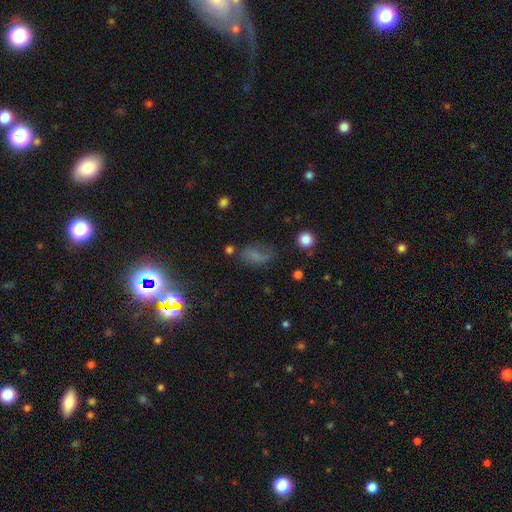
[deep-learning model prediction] The model was most divided on "smooth or featured": smooth: 48%, star or artifact: 32%, featured or disk: 19%. More confident: merging — none (51%).